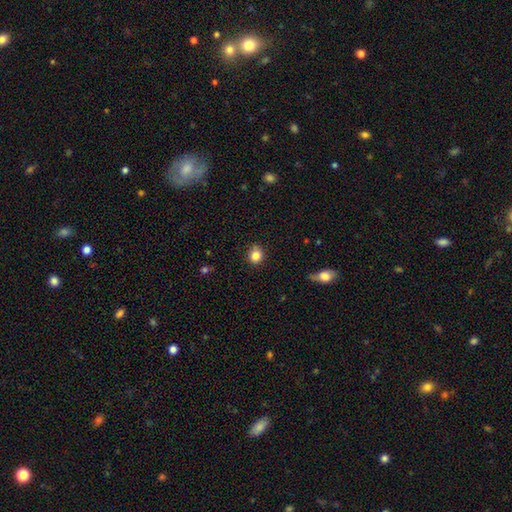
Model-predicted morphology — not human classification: smooth_or_featured: smooth (p=0.84) [alt: star or artifact p=0.11]
how_rounded: round (p=0.86) [alt: in between p=0.13]
merging: none (p=0.83) [alt: minor disturbance p=0.12]